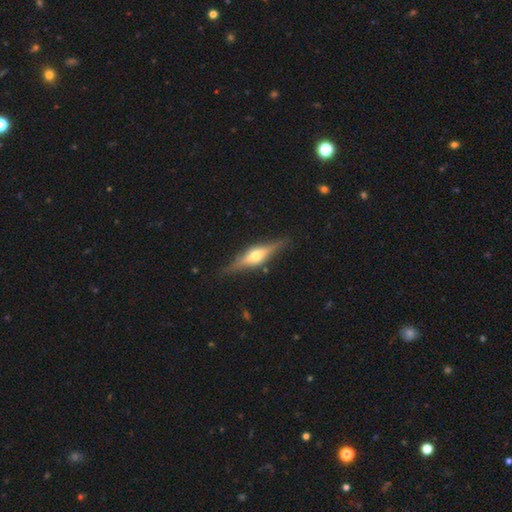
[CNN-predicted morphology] Overall: featured or disk (71%). Edge-on disk: yes (96%). Edge-on bulge: rounded (91%). Merging: none (85%).